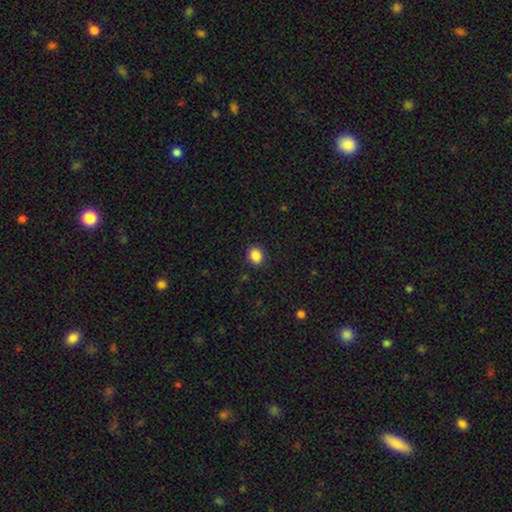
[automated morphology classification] Smooth or featured?
  - smooth: 88% *
  - star or artifact: 9%
  - featured or disk: 3%
How rounded?
  - round: 54% *
  - in between: 45%
  - cigar-shaped: 1%
Merging?
  - none: 89% *
  - minor disturbance: 8%
  - major disturbance: 2%
  - merger: 1%